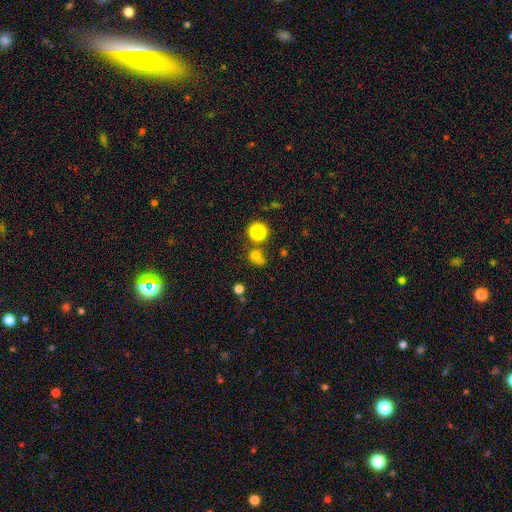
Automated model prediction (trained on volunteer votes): Smooth or featured: smooth — 66% (star or artifact — 24%)
How rounded: round — 79% (in between — 20%)
Merging: none — 54% (merger — 27%)